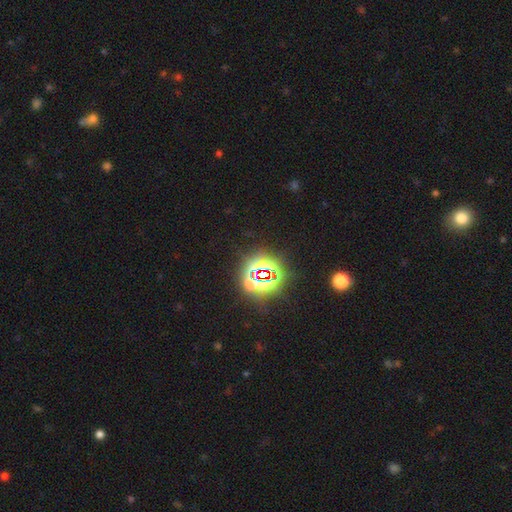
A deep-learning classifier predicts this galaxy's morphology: This is likely a star or artifact rather than a galaxy (80%).